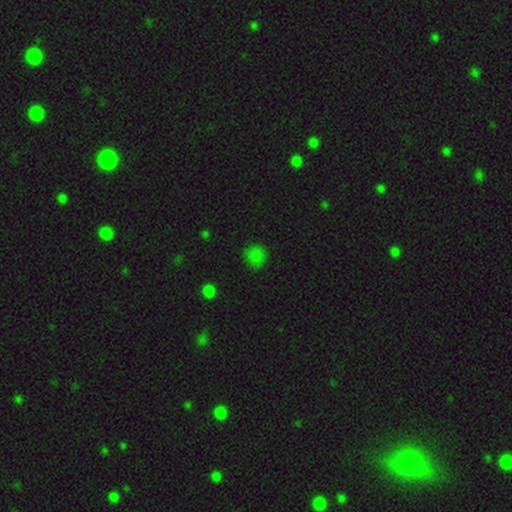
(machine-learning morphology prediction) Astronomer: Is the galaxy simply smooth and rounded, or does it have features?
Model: smooth — 75%.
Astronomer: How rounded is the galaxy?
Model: round — 89%.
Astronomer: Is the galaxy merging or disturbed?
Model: none — 85%.